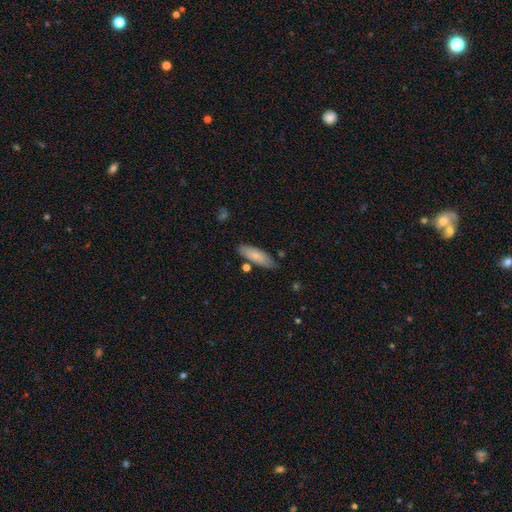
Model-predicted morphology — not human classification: Smooth or featured: smooth — 77% (featured or disk — 17%)
How rounded: in between — 56% (cigar-shaped — 42%)
Merging: none — 78% (minor disturbance — 15%)